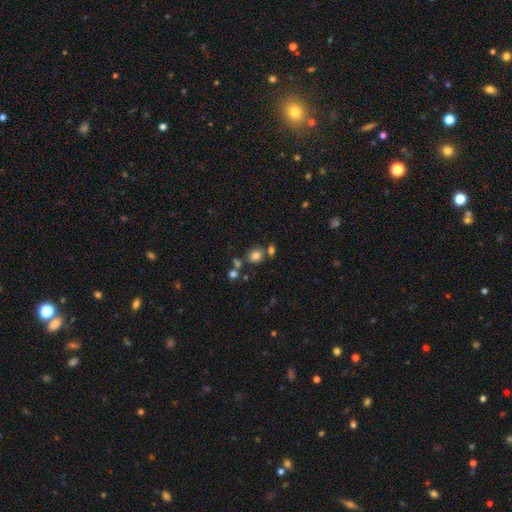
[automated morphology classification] Smooth or featured?
  - smooth: 78% *
  - star or artifact: 14%
  - featured or disk: 8%
How rounded?
  - round: 77% *
  - in between: 22%
  - cigar-shaped: 1%
Merging?
  - none: 68% *
  - merger: 17%
  - minor disturbance: 11%
  - major disturbance: 4%